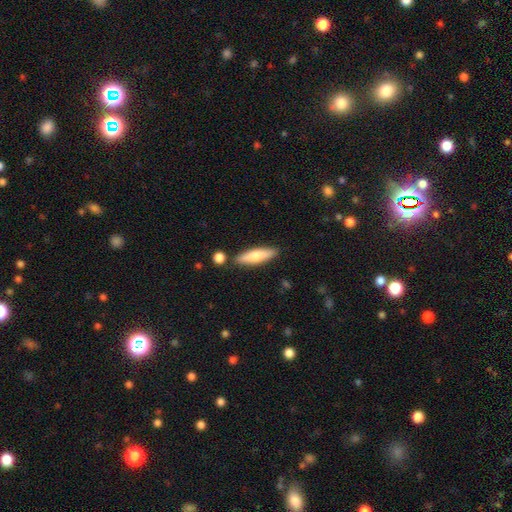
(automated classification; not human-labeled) Smooth or featured? smooth (69%)
How rounded? cigar-shaped (67%)
Merging? none (84%)